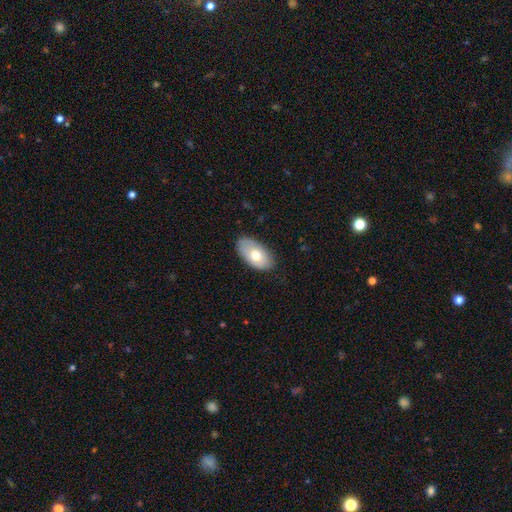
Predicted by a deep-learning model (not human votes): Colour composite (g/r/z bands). It shows a smooth galaxy with no disk features (69%) that is in between round and cigar-shaped (94%). Merging: none (83%).